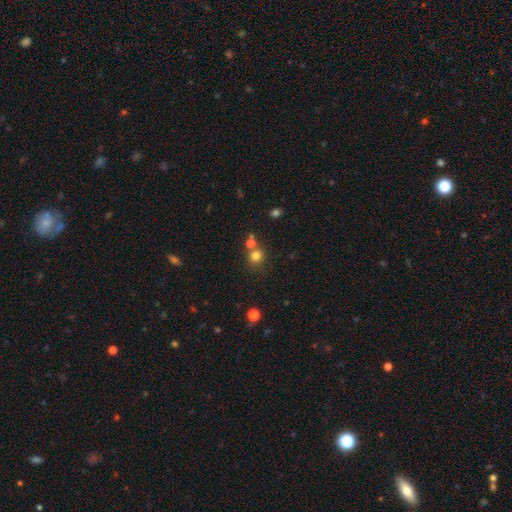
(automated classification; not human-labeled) smooth-or-featured: smooth: 77% | star or artifact: 16% | featured or disk: 7%
  how-rounded: round: 90% | in between: 9% | cigar-shaped: 1%
  merging: none: 66% | merger: 22% | minor disturbance: 8% | major disturbance: 3%